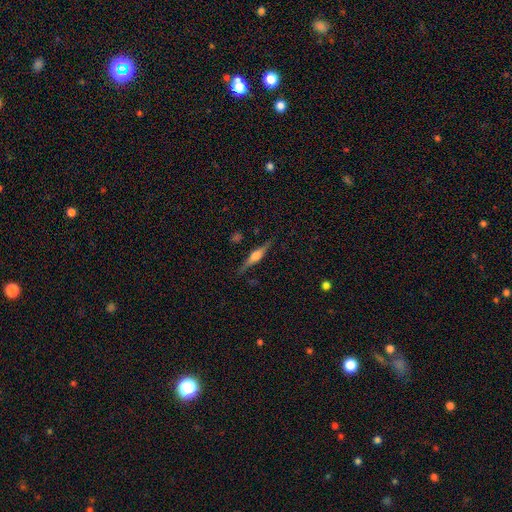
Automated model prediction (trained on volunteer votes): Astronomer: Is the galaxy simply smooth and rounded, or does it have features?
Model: featured or disk — 76%.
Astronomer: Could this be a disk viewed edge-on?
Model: yes — 98%.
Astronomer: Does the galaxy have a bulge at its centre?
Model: rounded — 90%.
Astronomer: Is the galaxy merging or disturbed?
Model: none — 88%.